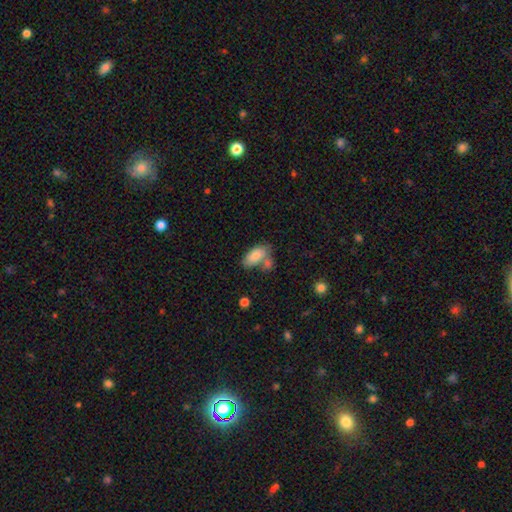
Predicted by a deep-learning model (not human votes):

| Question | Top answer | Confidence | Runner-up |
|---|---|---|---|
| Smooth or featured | smooth | 82% | featured or disk (11%) |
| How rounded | in between | 91% | cigar-shaped (6%) |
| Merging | none | 46% | merger (32%) |